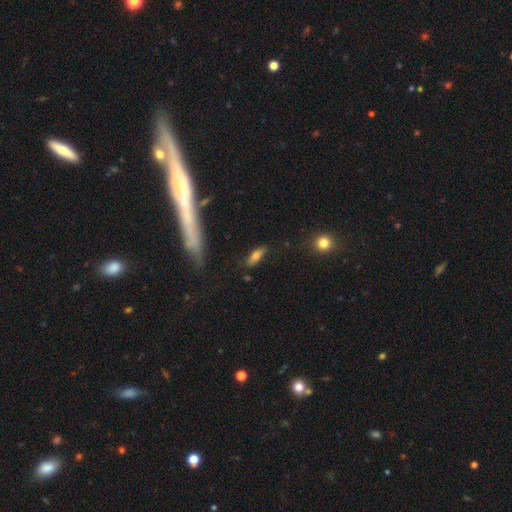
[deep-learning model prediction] A smooth galaxy with no disk features (73%) that is in between round and cigar-shaped (60%).

Vote fractions:
- Smooth or featured? smooth: 73% / featured or disk: 19% / star or artifact: 8%
- How rounded? in between: 60% / cigar-shaped: 37% / round: 3%
- Merging? none: 78% / minor disturbance: 15% / major disturbance: 4% / merger: 3%